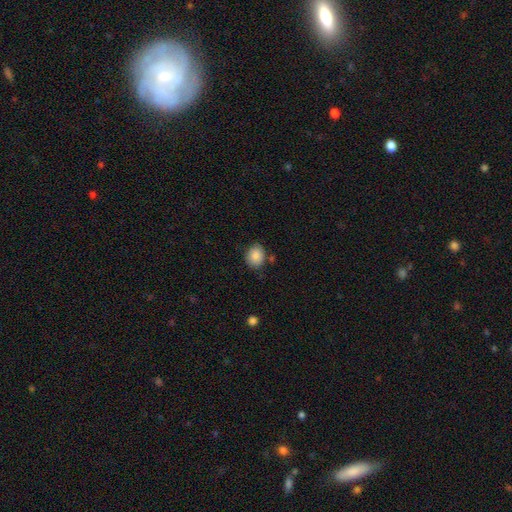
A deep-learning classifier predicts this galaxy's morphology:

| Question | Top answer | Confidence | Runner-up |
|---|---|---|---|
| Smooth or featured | smooth | 86% | star or artifact (8%) |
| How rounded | round | 57% | in between (43%) |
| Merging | none | 78% | minor disturbance (14%) |